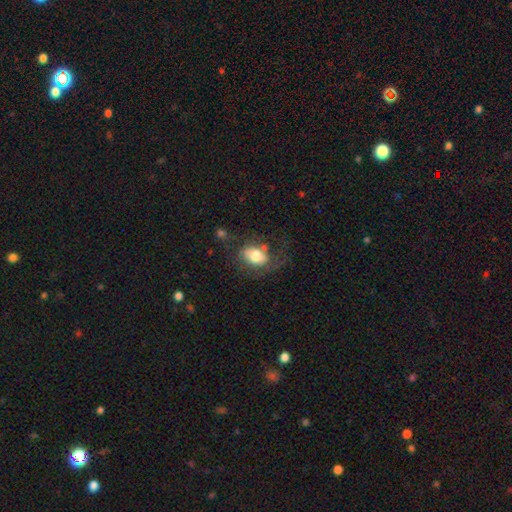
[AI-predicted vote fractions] This is likely a smooth galaxy (63%). How rounded: likely in between (66%). Merging: marginally none (45%).